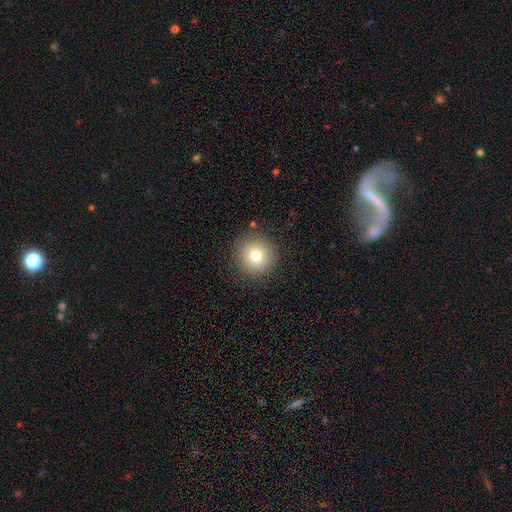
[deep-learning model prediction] A smooth galaxy with no disk features (75%) that is round (95%).

Vote fractions:
- Smooth or featured? smooth: 75% / star or artifact: 13% / featured or disk: 11%
- How rounded? round: 95% / in between: 4% / cigar-shaped: 1%
- Merging? none: 90% / minor disturbance: 6% / major disturbance: 2% / merger: 1%